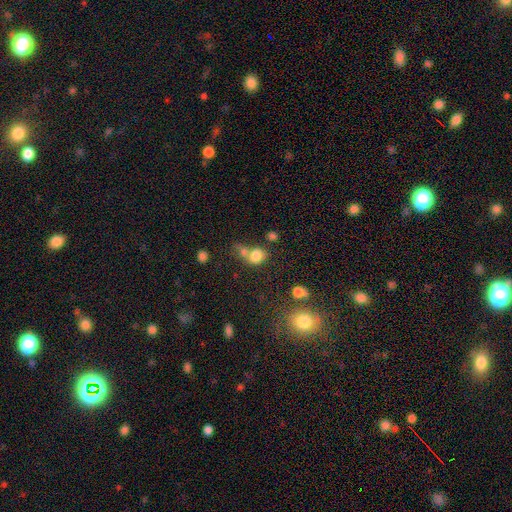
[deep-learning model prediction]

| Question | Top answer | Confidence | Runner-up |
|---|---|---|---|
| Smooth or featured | smooth | 79% | star or artifact (12%) |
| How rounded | round | 59% | in between (39%) |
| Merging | merger | 43% | none (40%) |